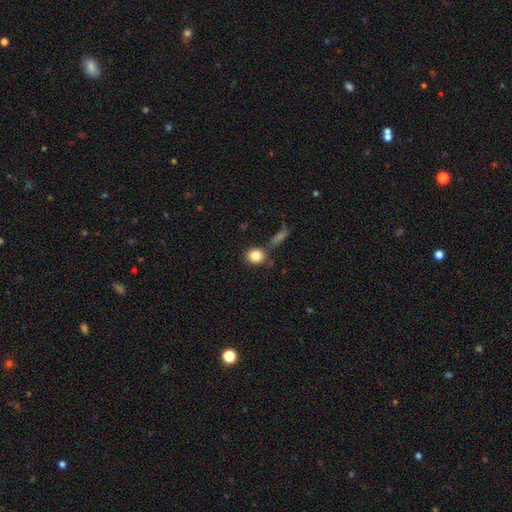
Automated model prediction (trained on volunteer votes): Smooth or featured: smooth — 83% (star or artifact — 9%)
How rounded: round — 77% (in between — 21%)
Merging: none — 68% (merger — 15%)